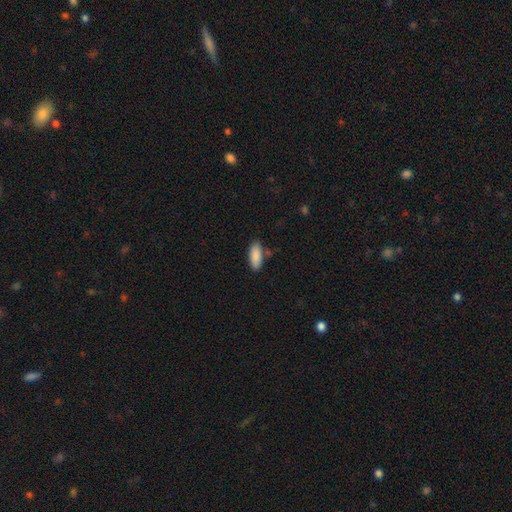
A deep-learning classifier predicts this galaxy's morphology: A smooth galaxy with no disk features (89%) that is in between round and cigar-shaped (76%).

Vote fractions:
- Smooth or featured? smooth: 89% / star or artifact: 6% / featured or disk: 5%
- How rounded? in between: 76% / cigar-shaped: 23% / round: 2%
- Merging? none: 79% / minor disturbance: 13% / merger: 5% / major disturbance: 3%